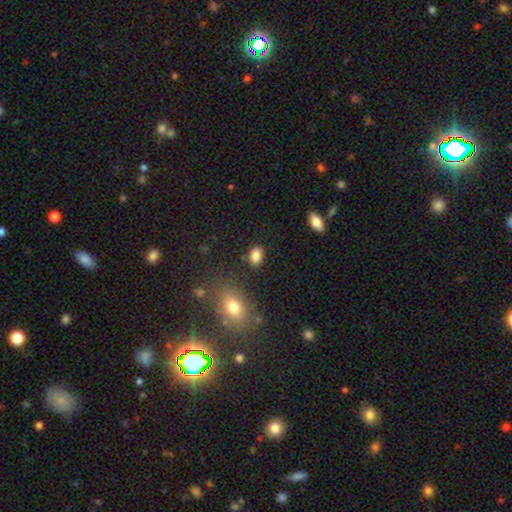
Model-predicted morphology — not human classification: Overall: smooth (85%). How rounded: in between (83%). Merging: none (84%).